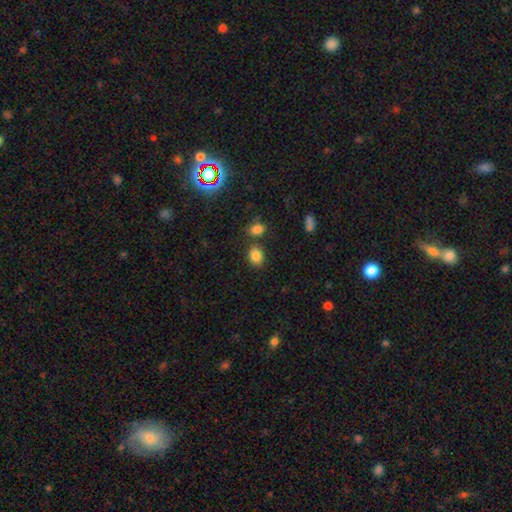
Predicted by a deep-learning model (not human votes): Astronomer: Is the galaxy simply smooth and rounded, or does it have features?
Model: smooth — 84%.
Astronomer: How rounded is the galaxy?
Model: in between — 60% (runner-up: round, 39%).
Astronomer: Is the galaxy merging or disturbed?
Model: none — 74%.